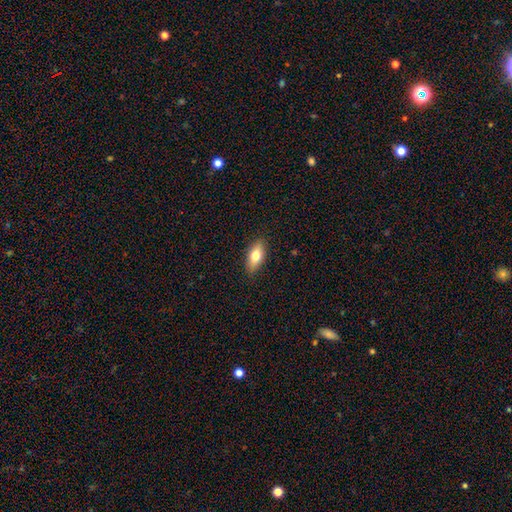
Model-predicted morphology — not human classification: Overall: smooth (72%). How rounded: in between (81%). Merging: none (88%).